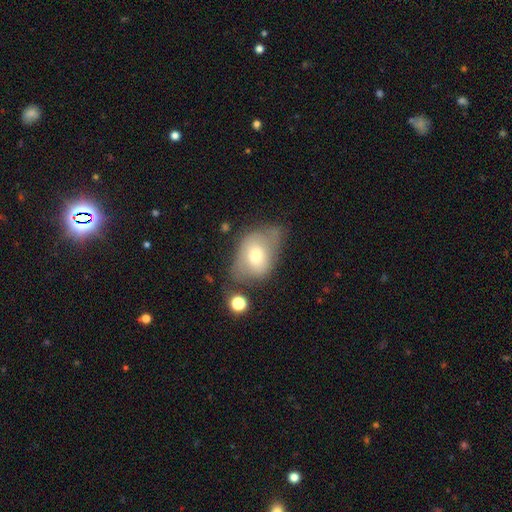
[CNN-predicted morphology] smooth 59%, featured or disk 33%, star or artifact 9%. Down the decision tree: how rounded — in between (77%); merging — none (39%).